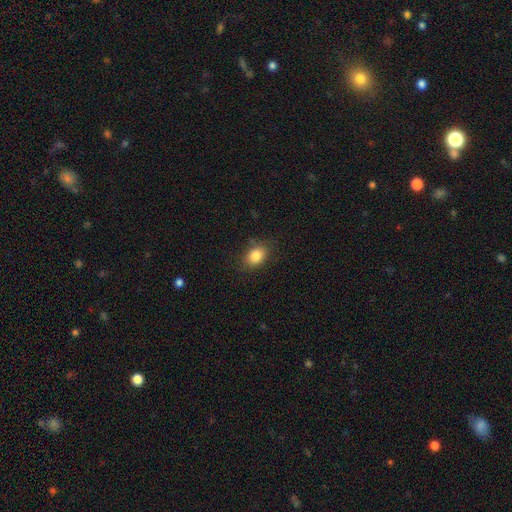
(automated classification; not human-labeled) smooth_or_featured: smooth (p=0.84) [alt: star or artifact p=0.09]
how_rounded: in between (p=0.72) [alt: round p=0.27]
merging: none (p=0.82) [alt: minor disturbance p=0.14]